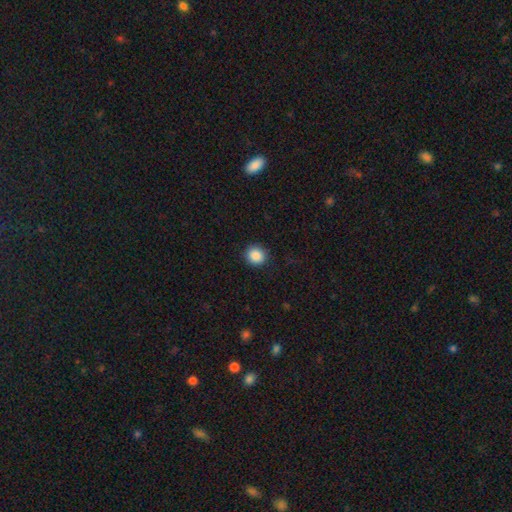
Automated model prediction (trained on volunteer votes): Smooth or featured?
  - smooth: 88% *
  - star or artifact: 9%
  - featured or disk: 3%
How rounded?
  - round: 91% *
  - in between: 8%
  - cigar-shaped: 1%
Merging?
  - none: 91% *
  - minor disturbance: 6%
  - major disturbance: 2%
  - merger: 1%